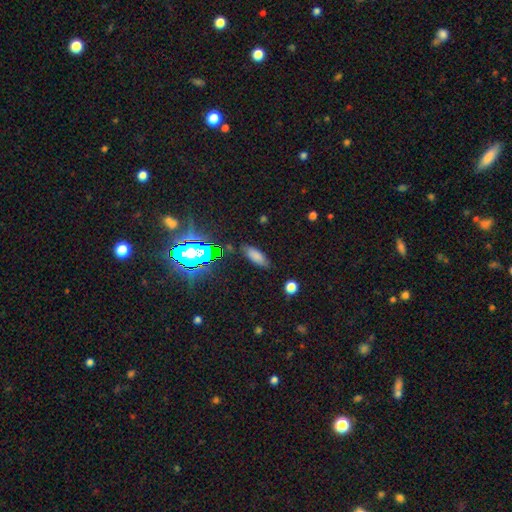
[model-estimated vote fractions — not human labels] A smooth galaxy with no disk features (74%) that is in between round and cigar-shaped (74%). Merging: none (82%).